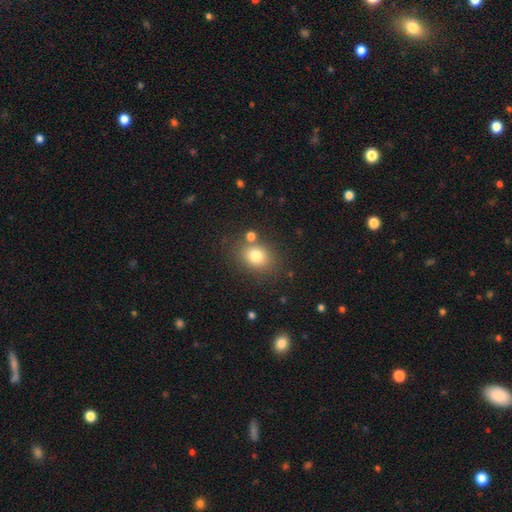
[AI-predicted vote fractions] Morphology: type=smooth (79%); roundness=round (57%); merging=none (75%).